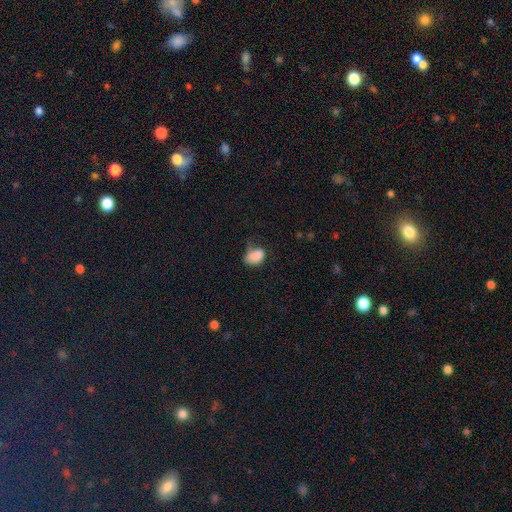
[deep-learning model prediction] smooth-or-featured: smooth: 82% | star or artifact: 10% | featured or disk: 8%
  how-rounded: in between: 79% | round: 20% | cigar-shaped: 1%
  merging: minor disturbance: 35% | none: 34% | major disturbance: 26% | merger: 5%